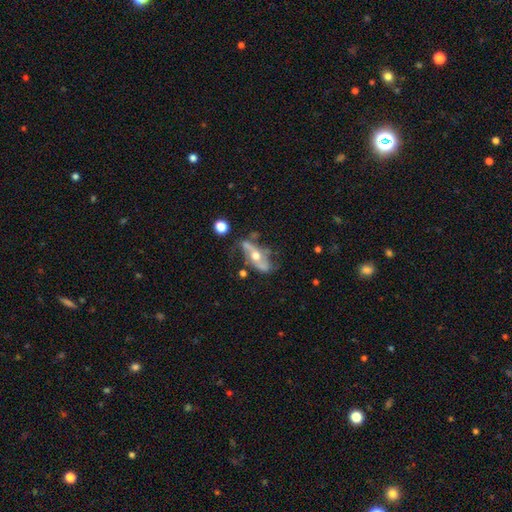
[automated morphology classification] Overall: featured or disk (72%). Edge-on disk: no (70%; yes 30%). Bar: no (52%; strong 27%). Spiral arms: yes (68%; no 32%). Bulge size: moderate (72%). Merging: none (52%; minor disturbance 25%).